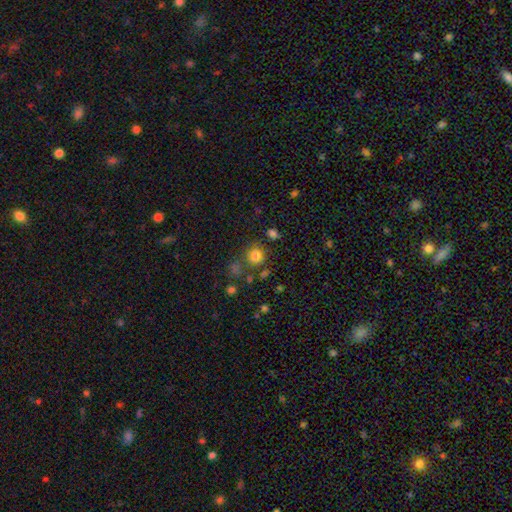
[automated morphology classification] The model was most divided on "merging": none: 70%, minor disturbance: 13%, merger: 12%, major disturbance: 6%. More confident: how rounded — round (87%); smooth or featured — smooth (77%).